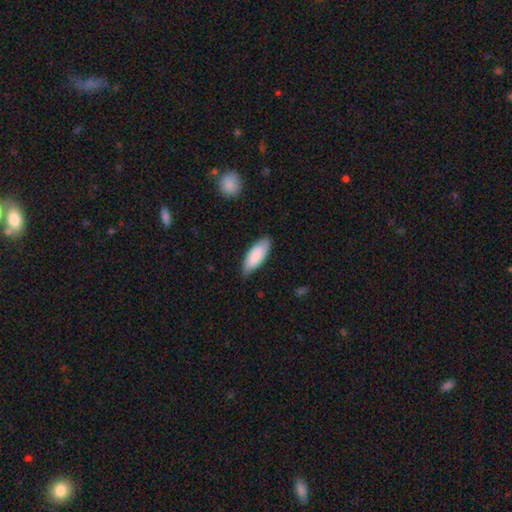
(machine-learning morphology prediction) type=smooth (83%); roundness=in between (76%); merging=none (76%).